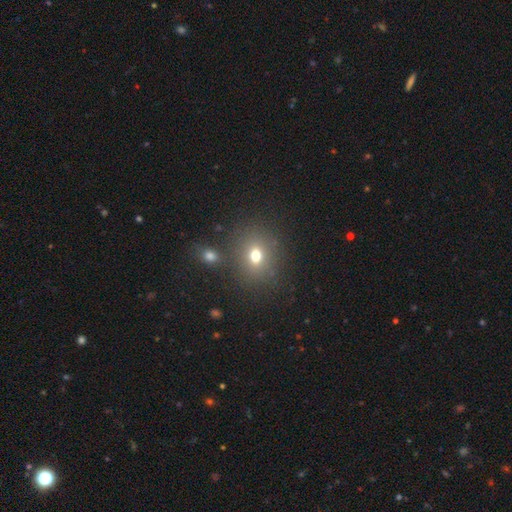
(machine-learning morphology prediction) Smooth or featured? Predicted: smooth (p=0.71). How rounded? Predicted: round (p=0.63). Merging? Predicted: none (p=0.77).